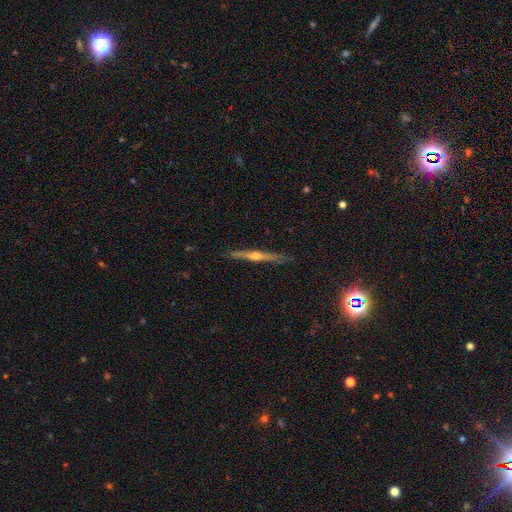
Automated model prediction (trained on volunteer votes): This appears to be a featured or disk galaxy (73%) viewed edge-on (97%) with a rounded central bulge (88%). Merging: none (85%).